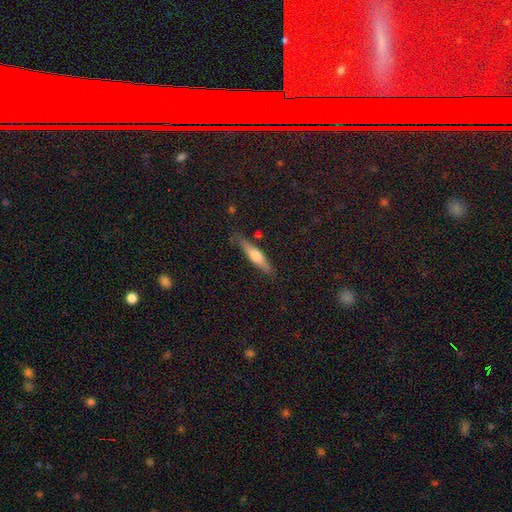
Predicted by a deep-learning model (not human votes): Morphology: type=smooth (51%); roundness=cigar-shaped (81%); merging=none (80%).